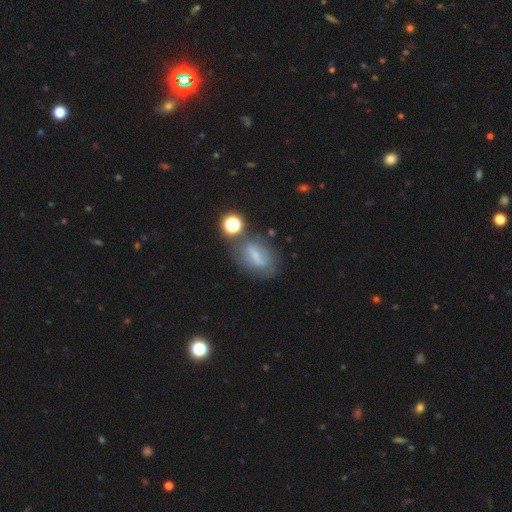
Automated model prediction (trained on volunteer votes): Overall: smooth (43%; featured or disk 42%). Merging: none (56%; minor disturbance 22%).